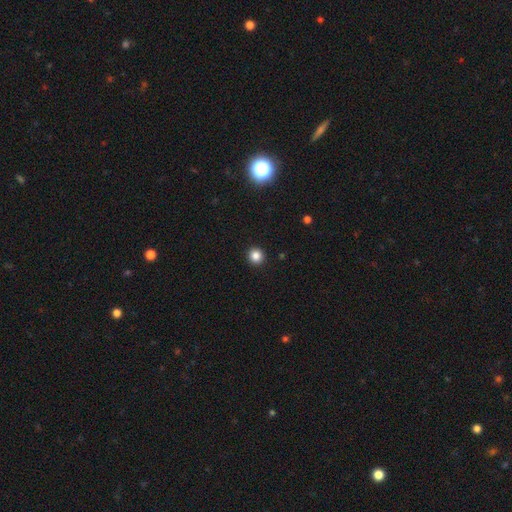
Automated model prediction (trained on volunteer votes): Q: Smooth or featured?
A: smooth (84%); runner-up: star or artifact (12%)
Q: How rounded?
A: round (94%); runner-up: in between (5%)
Q: Merging?
A: none (93%); runner-up: minor disturbance (4%)